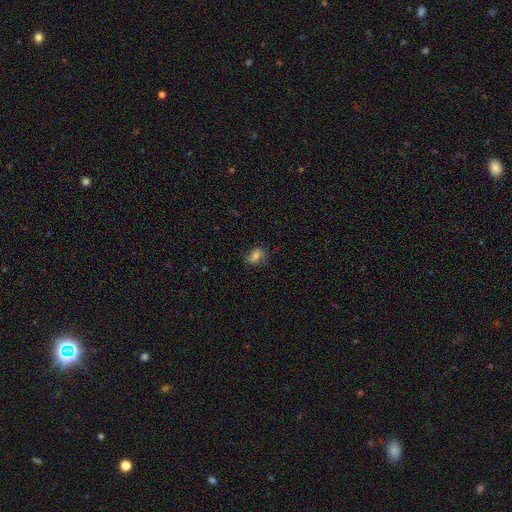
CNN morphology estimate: This appears to be a smooth galaxy with no disk features (66%) that is in between round and cigar-shaped (71%). Merging: none (69%).